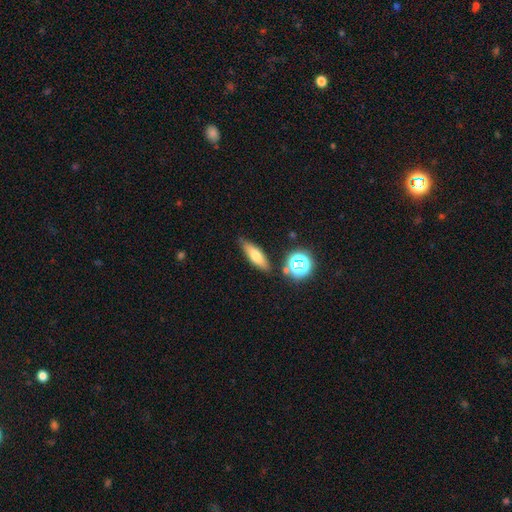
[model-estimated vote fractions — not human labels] Q: Smooth or featured?
A: smooth (67%); runner-up: featured or disk (23%)
Q: How rounded?
A: in between (49%); runner-up: cigar-shaped (45%)
Q: Merging?
A: none (80%); runner-up: minor disturbance (12%)